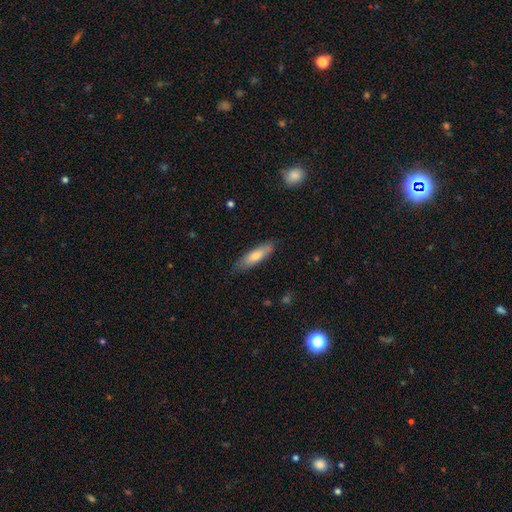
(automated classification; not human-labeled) A smooth galaxy with no disk features (66%) that is cigar-shaped (66%). Merging: none (85%).